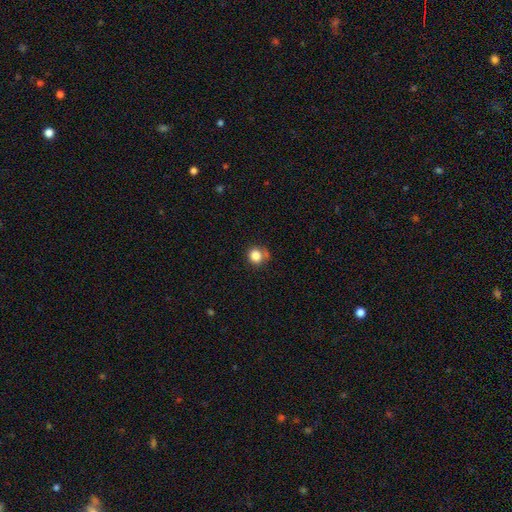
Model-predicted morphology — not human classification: The model was most divided on "merging": none: 69%, minor disturbance: 19%, merger: 7%, major disturbance: 6%. More confident: how rounded — round (87%); smooth or featured — smooth (83%).